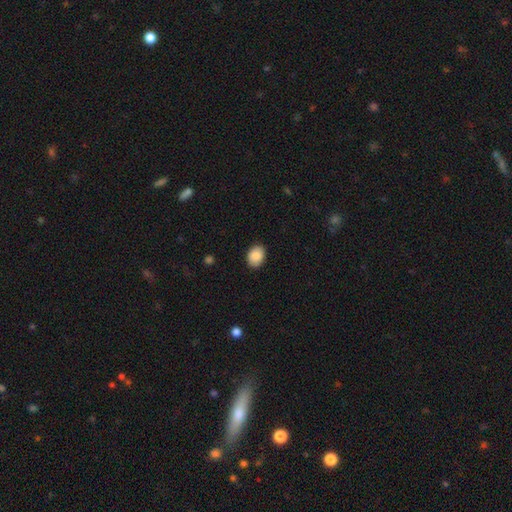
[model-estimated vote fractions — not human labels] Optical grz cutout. It shows a smooth galaxy with no disk features (88%) that is in between round and cigar-shaped (72%). Merging: none (87%).